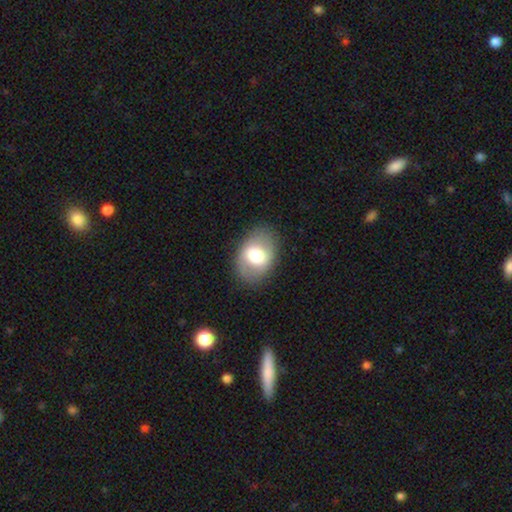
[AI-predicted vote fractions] A smooth galaxy with no disk features (65%) that is in between round and cigar-shaped (78%).

Vote fractions:
- Smooth or featured? smooth: 65% / featured or disk: 28% / star or artifact: 7%
- How rounded? in between: 78% / round: 21% / cigar-shaped: 1%
- Merging? none: 84% / minor disturbance: 11% / major disturbance: 4% / merger: 1%